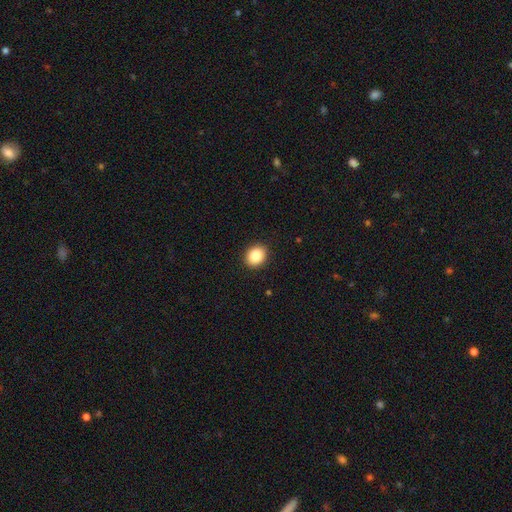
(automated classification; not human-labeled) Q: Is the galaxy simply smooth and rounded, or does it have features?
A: smooth — 86%.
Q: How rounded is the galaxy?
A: round — 60%.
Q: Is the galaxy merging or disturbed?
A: none — 91%.